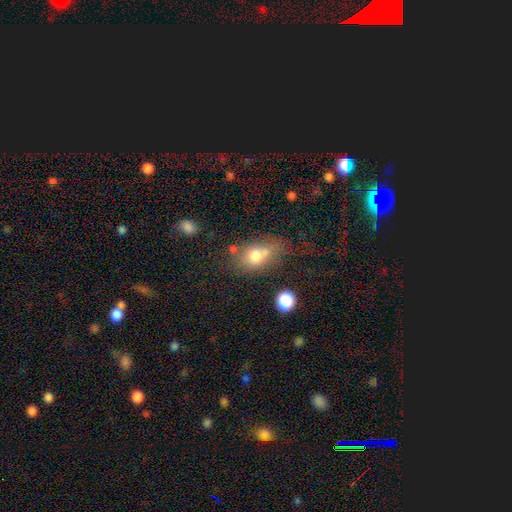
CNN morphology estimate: Q: Smooth or featured?
A: smooth (70%); runner-up: featured or disk (19%)
Q: How rounded?
A: in between (67%); runner-up: round (30%)
Q: Merging?
A: none (35%); runner-up: merger (28%)